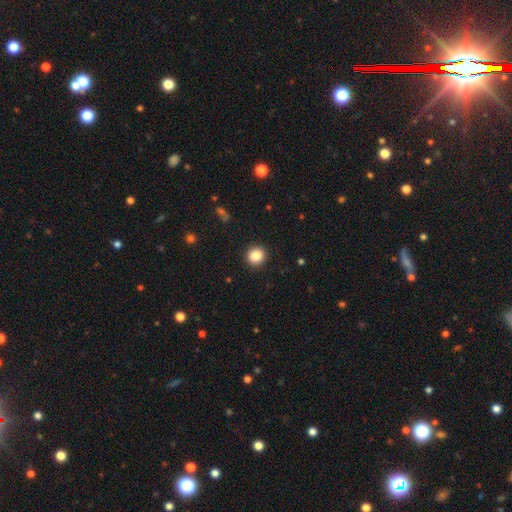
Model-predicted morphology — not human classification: The model was most divided on "smooth or featured": smooth: 86%, star or artifact: 10%, featured or disk: 4%. More confident: merging — none (92%); how rounded — round (90%).